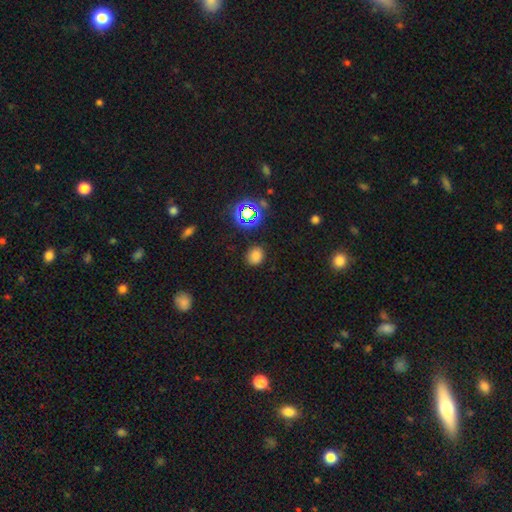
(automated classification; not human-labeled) smooth_or_featured: smooth (p=0.73) [alt: star or artifact p=0.21]
how_rounded: round (p=0.66) [alt: in between p=0.33]
merging: none (p=0.85) [alt: minor disturbance p=0.10]